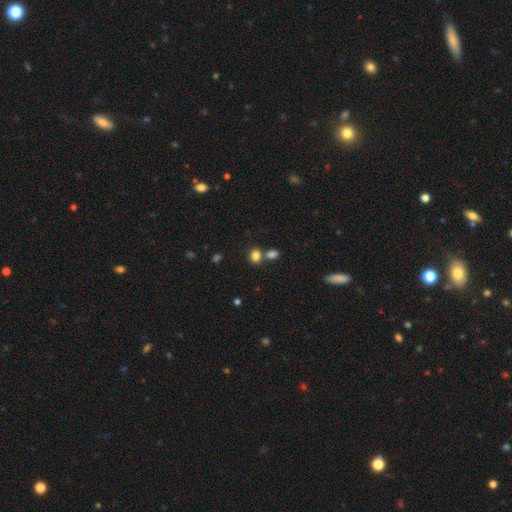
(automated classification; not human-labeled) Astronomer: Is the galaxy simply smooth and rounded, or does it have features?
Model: smooth — 81%.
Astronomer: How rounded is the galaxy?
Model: round — 56% (runner-up: in between, 43%).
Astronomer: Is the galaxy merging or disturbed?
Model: none — 57%.